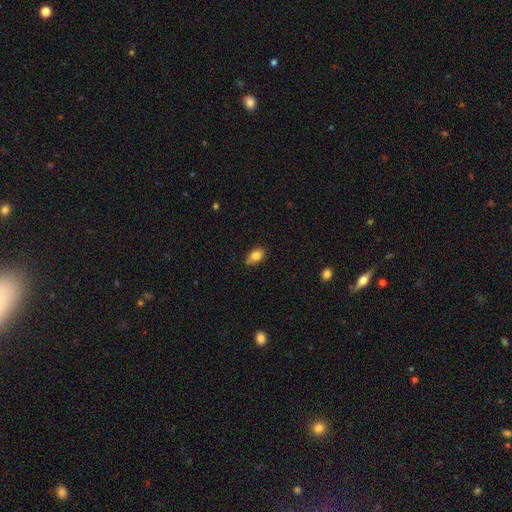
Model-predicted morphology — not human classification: smooth 82%, featured or disk 10%, star or artifact 8%. Down the decision tree: how rounded — in between (86%); merging — none (78%).